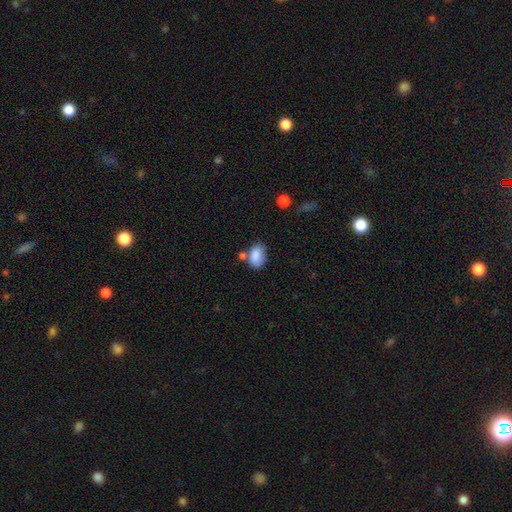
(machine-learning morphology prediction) type=smooth (85%); roundness=in between (84%); merging=none (55%).